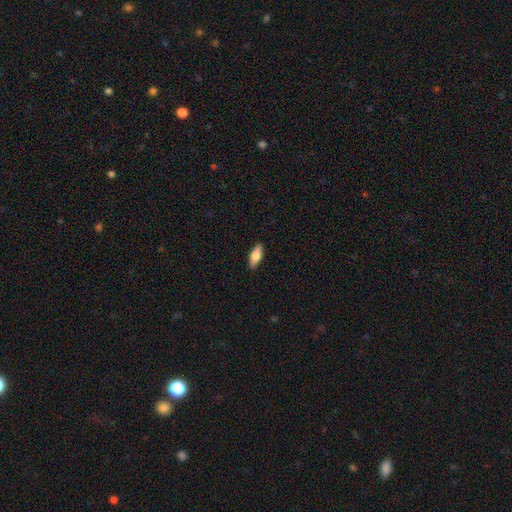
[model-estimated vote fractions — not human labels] smooth-or-featured: smooth: 70% | featured or disk: 24% | star or artifact: 6%
  how-rounded: in between: 71% | cigar-shaped: 26% | round: 3%
  merging: none: 89% | minor disturbance: 8% | major disturbance: 2% | merger: 1%